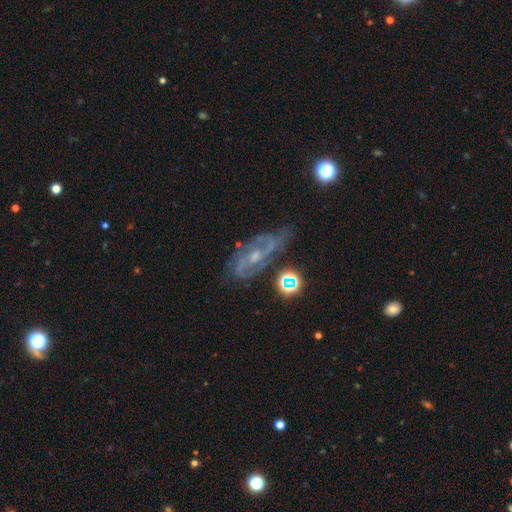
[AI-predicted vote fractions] Smooth or featured? Predicted: featured or disk (p=0.78). Edge-on disk? Predicted: no (p=0.90). Bar? Predicted: weak (p=0.43). Spiral arms? Predicted: yes (p=0.91). Spiral winding? Predicted: medium (p=0.45). Spiral arm count? Predicted: 2 (p=0.62). Bulge size? Predicted: small (p=0.55). Merging? Predicted: none (p=0.63).